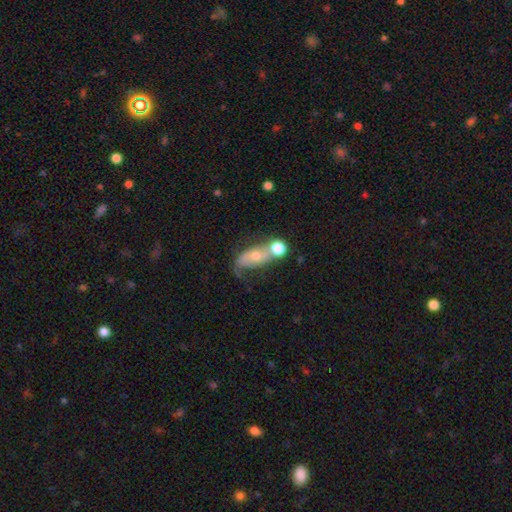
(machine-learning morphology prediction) Overall: featured or disk (52%; smooth 37%). Edge-on disk: no (90%). Merging: merger (36%; none 31%).